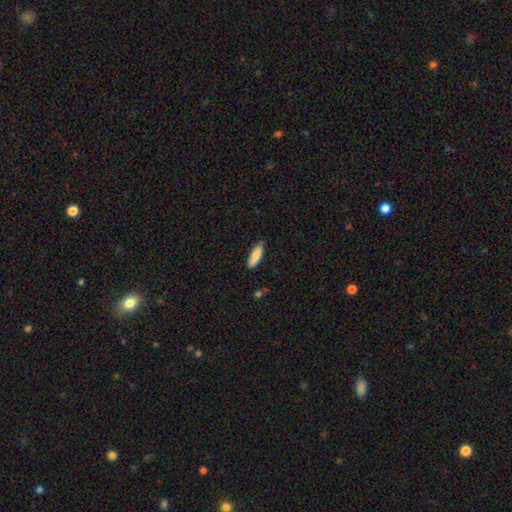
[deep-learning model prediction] smooth 84%, featured or disk 10%, star or artifact 6%. Down the decision tree: how rounded — cigar-shaped (53%); merging — none (82%).